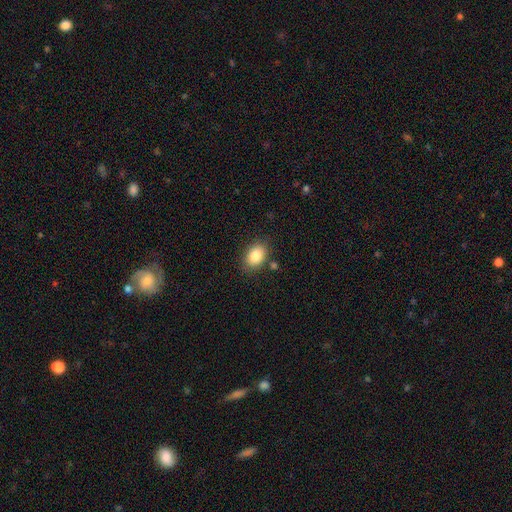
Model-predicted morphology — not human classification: Smooth or featured? smooth (85%)
How rounded? in between (80%)
Merging? none (80%)